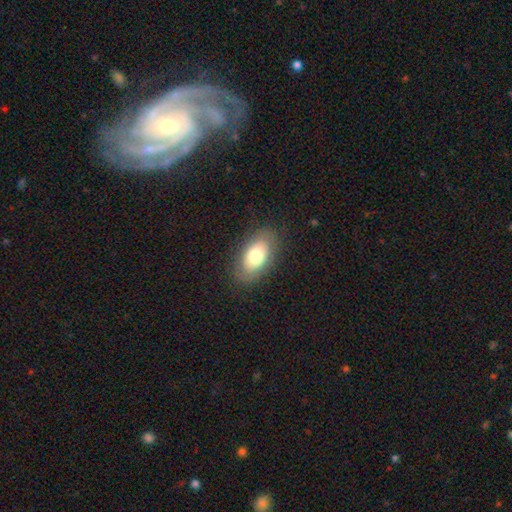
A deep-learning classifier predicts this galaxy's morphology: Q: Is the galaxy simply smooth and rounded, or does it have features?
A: smooth — 71%.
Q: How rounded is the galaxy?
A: in between — 92%.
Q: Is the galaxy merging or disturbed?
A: none — 83%.